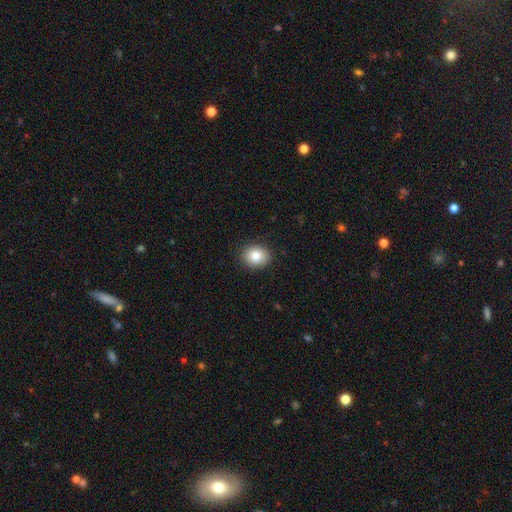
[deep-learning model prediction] Smooth or featured? smooth (82%)
How rounded? round (64%)
Merging? none (89%)